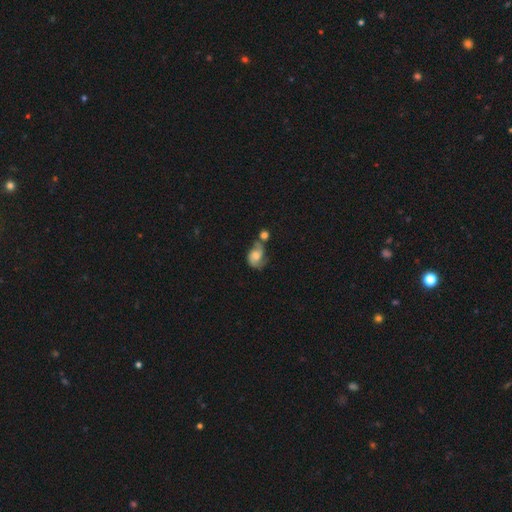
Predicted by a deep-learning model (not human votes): Overall: featured or disk (57%; smooth 34%). Edge-on disk: no (97%). Bar: no (67%; weak 28%). Spiral arms: yes (87%). Bulge size: moderate (47%; small 23%). Merging: none (34%; merger 29%).